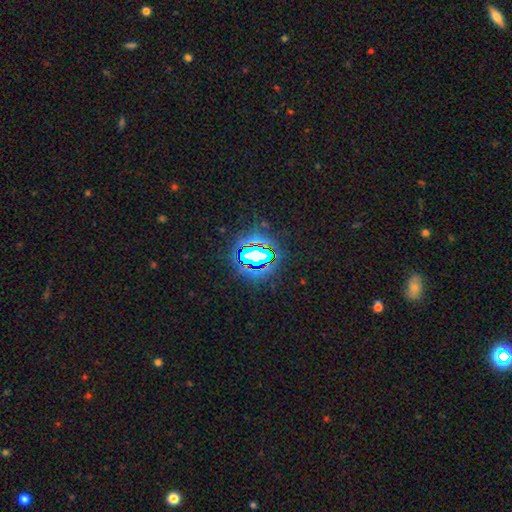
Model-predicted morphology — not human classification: star or artifact 72%, smooth 15%, featured or disk 13%.